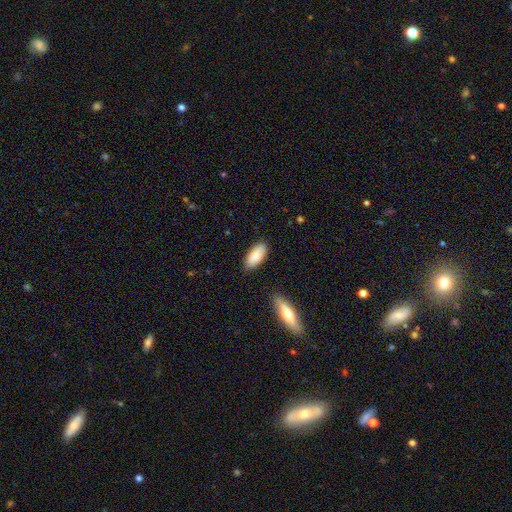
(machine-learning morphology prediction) Overall: smooth (87%). How rounded: in between (87%). Merging: none (85%).